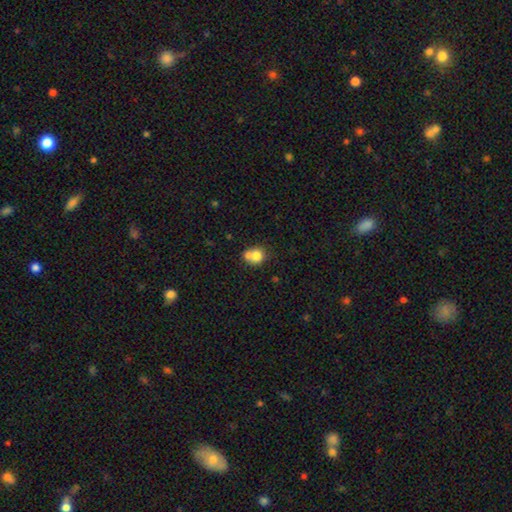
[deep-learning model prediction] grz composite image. It shows a smooth galaxy with no disk features (76%) that is round (71%). Merging: merger (45%).